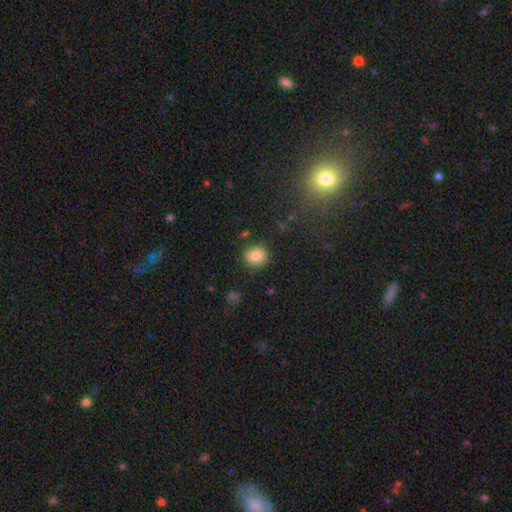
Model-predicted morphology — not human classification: The model was most divided on "how rounded": round: 65%, in between: 34%, cigar-shaped: 1%. More confident: merging — none (83%); smooth or featured — smooth (83%).